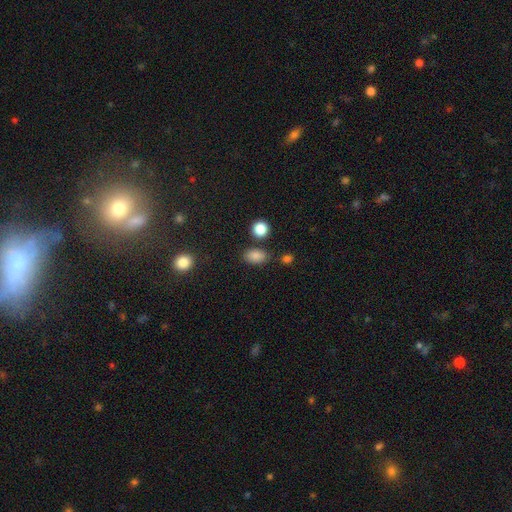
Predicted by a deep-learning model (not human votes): A smooth galaxy with no disk features (84%) that is in between round and cigar-shaped (81%).

Vote fractions:
- Smooth or featured? smooth: 84% / star or artifact: 11% / featured or disk: 5%
- How rounded? in between: 81% / round: 17% / cigar-shaped: 2%
- Merging? none: 79% / minor disturbance: 12% / merger: 5% / major disturbance: 3%